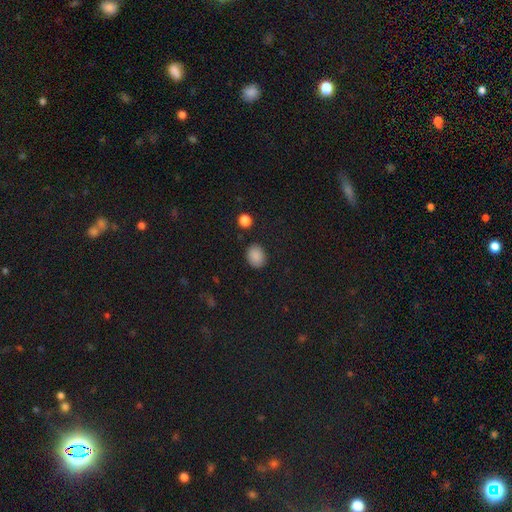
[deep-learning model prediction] smooth 87%, star or artifact 9%, featured or disk 4%. Down the decision tree: how rounded — in between (53%); merging — none (88%).